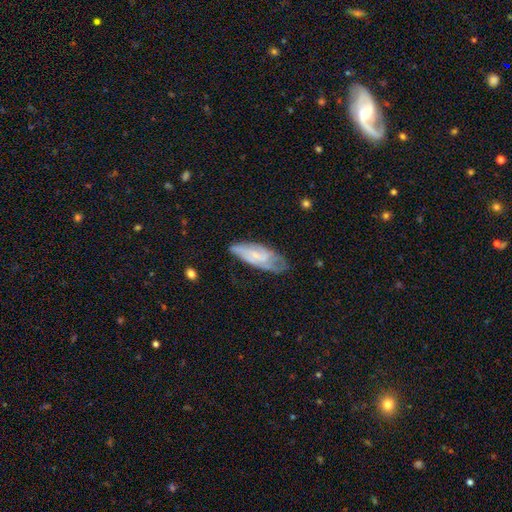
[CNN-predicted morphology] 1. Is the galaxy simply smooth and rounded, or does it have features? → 59% featured or disk, 33% smooth, 7% star or artifact.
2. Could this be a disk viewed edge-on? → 85% no, 15% yes.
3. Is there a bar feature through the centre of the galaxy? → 58% no, 34% weak, 8% strong.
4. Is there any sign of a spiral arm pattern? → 77% yes, 23% no.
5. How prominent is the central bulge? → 60% small, 21% moderate, 16% none, 2% large, 1% dominant.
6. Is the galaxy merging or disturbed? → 52% none, 31% minor disturbance, 14% major disturbance, 2% merger.